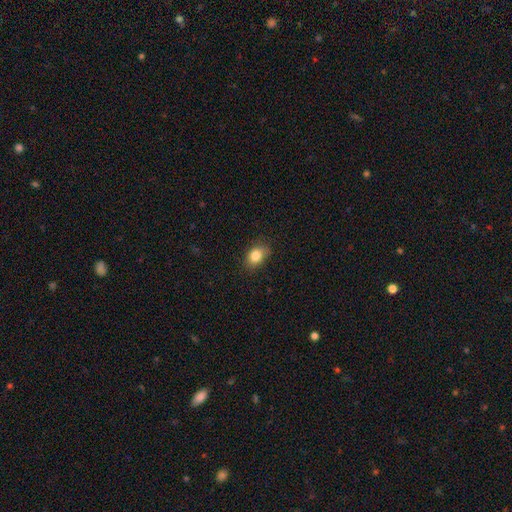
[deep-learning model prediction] The model was most divided on "how rounded": in between: 70%, round: 29%, cigar-shaped: 1%. More confident: smooth or featured — smooth (83%); merging — none (76%).